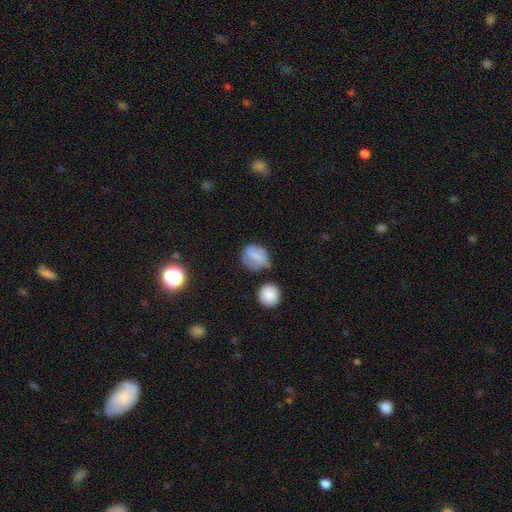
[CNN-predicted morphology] The model was most divided on "merging": none: 48%, minor disturbance: 28%, major disturbance: 14%, merger: 10%. More confident: smooth or featured — smooth (61%); how rounded — round (60%).